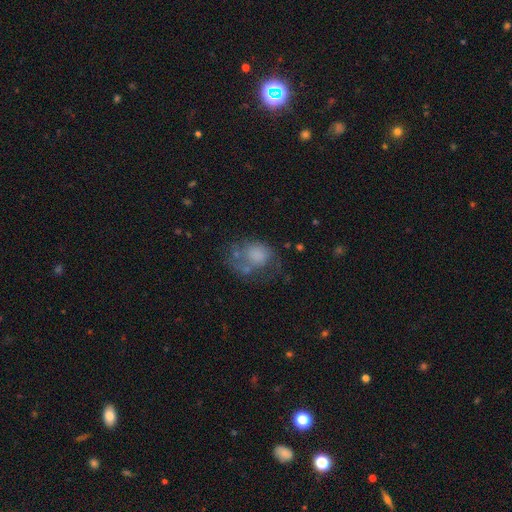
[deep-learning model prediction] smooth 56%, featured or disk 33%, star or artifact 11%. Down the decision tree: how rounded — round (52%); merging — none (33%, tied with major disturbance).